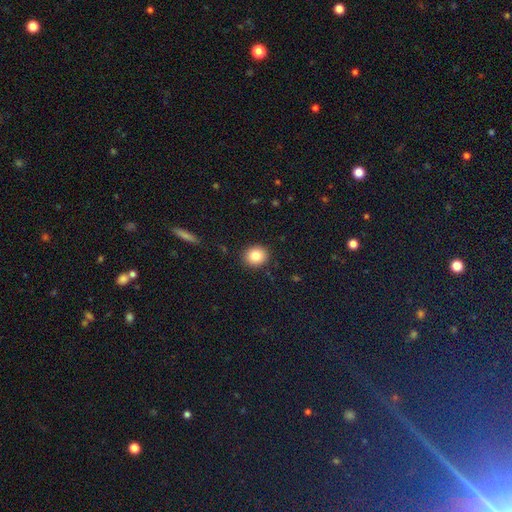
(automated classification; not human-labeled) A smooth galaxy with no disk features (83%) that is round (77%). Merging: none (90%).